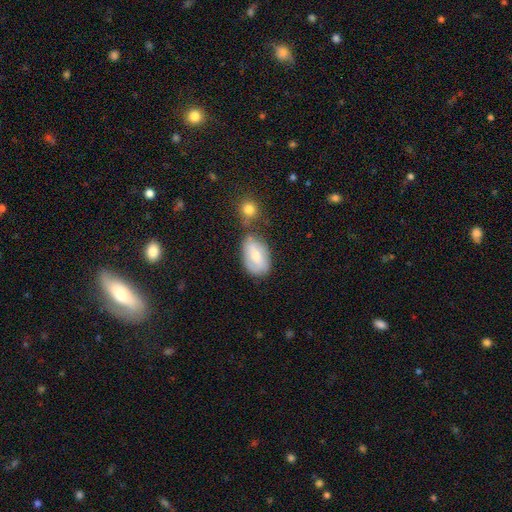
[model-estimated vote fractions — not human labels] Smooth or featured: smooth — 59% (featured or disk — 34%)
How rounded: in between — 86% (round — 13%)
Merging: none — 49% (minor disturbance — 24%)